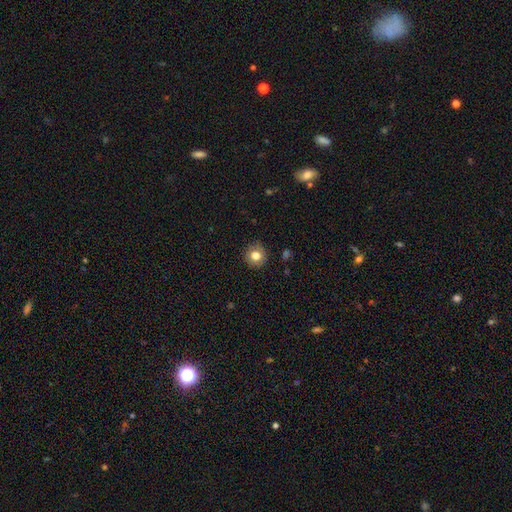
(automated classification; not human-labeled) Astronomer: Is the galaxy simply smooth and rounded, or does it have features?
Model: smooth — 77%.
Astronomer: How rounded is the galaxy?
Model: round — 90%.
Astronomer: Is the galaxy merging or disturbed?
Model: none — 88%.